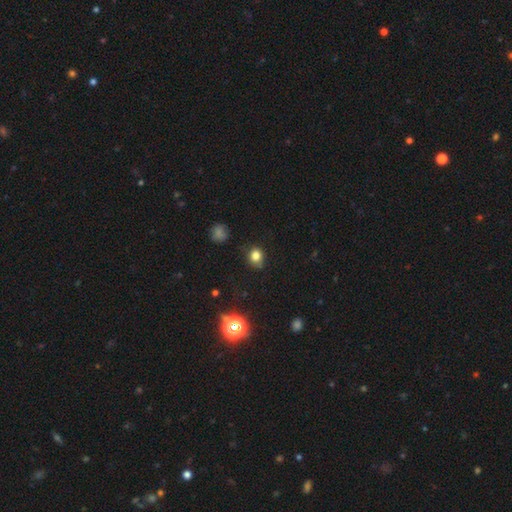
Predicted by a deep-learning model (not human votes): A smooth galaxy with no disk features (79%) that is round (71%). Merging: none (79%).